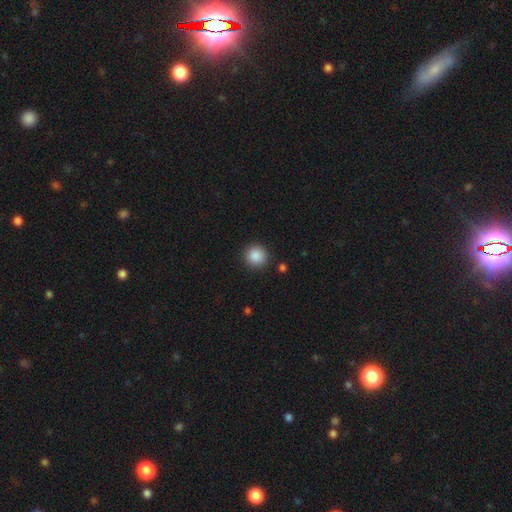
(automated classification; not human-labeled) Smooth or featured? smooth (88%)
How rounded? round (94%)
Merging? none (91%)